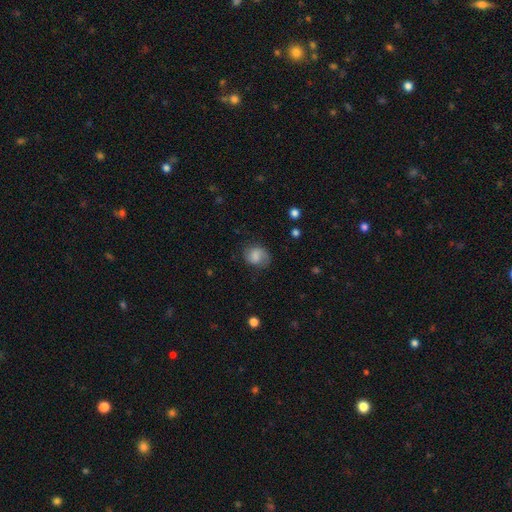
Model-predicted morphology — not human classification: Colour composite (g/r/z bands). It shows a smooth galaxy with no disk features (65%) that is round (59%). Merging: none (66%).